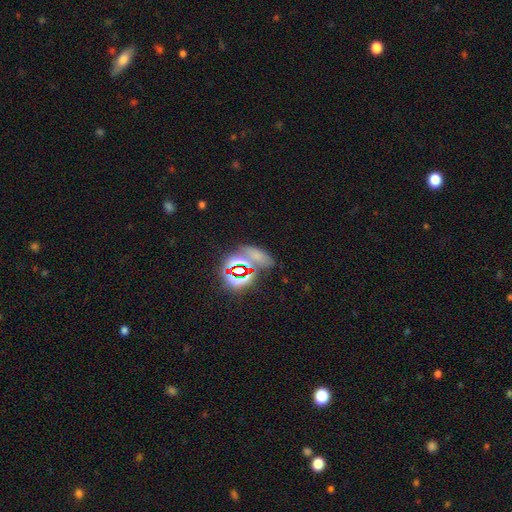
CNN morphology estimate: Q: Smooth or featured?
A: smooth (47%); runner-up: star or artifact (43%)
Q: Merging?
A: none (64%); runner-up: minor disturbance (15%)